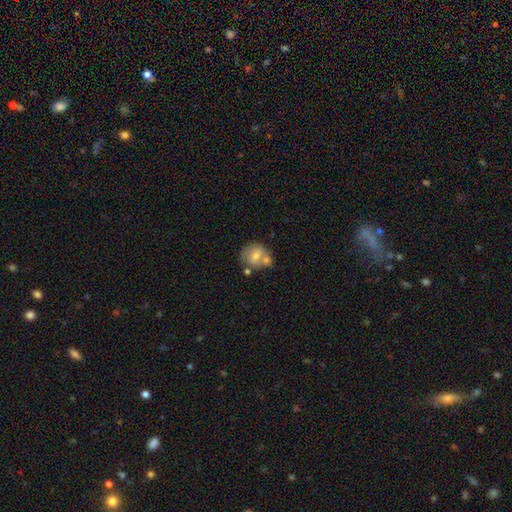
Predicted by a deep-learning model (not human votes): smooth 66%, featured or disk 26%, star or artifact 8%. Down the decision tree: how rounded — round (73%); merging — none (40%).